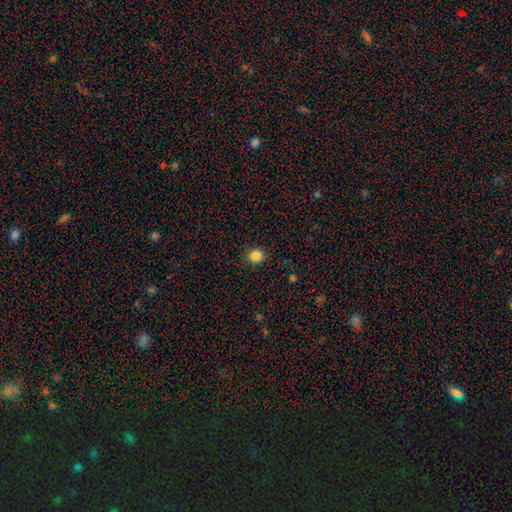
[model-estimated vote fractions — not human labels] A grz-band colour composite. It shows a smooth galaxy with no disk features (85%) that is round (85%). Merging: none (90%).